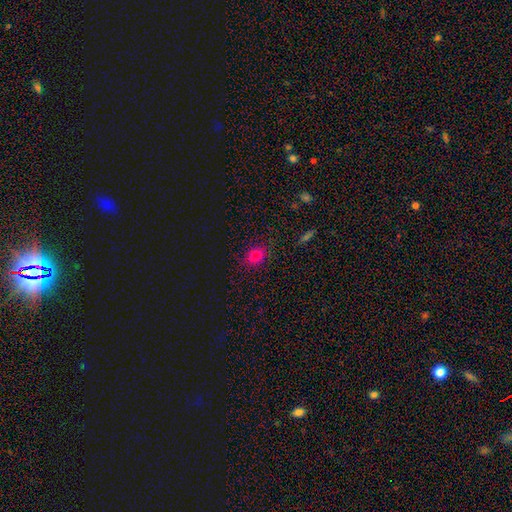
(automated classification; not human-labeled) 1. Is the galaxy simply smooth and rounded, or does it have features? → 77% smooth, 15% star or artifact, 7% featured or disk.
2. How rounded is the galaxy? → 53% round, 46% in between, 1% cigar-shaped.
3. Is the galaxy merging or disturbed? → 85% none, 11% minor disturbance, 3% major disturbance, 1% merger.